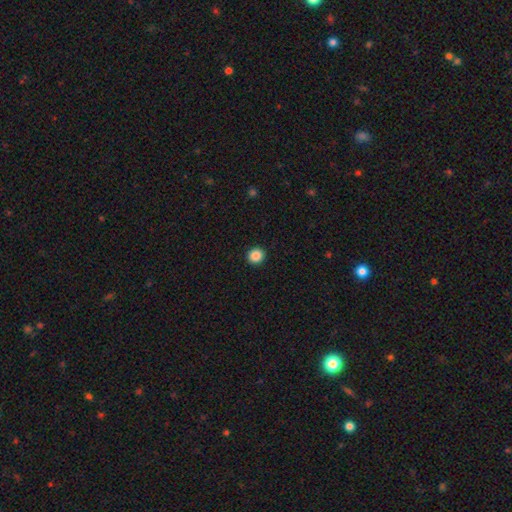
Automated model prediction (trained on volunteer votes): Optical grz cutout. It shows a smooth galaxy with no disk features (88%) that is round (90%). Merging: none (93%).